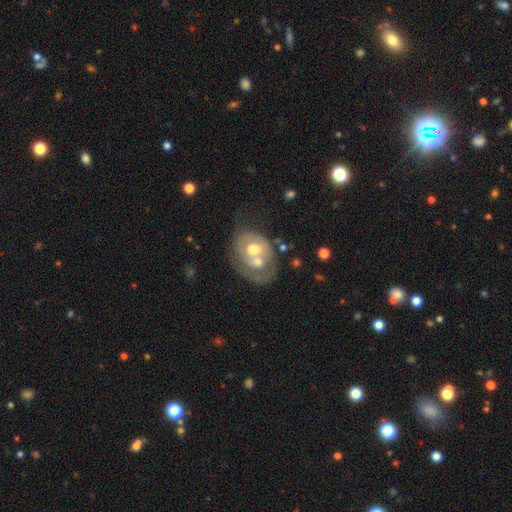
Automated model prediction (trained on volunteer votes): A featured or disk galaxy (59%) with no bar (84%), no spiral arms (62%) and a moderate central bulge (73%).

Vote fractions:
- Smooth or featured? featured or disk: 59% / smooth: 34% / star or artifact: 7%
- Edge-on disk? no: 96% / yes: 4%
- Bar? no: 84% / weak: 13% / strong: 3%
- Spiral arms? no: 62% / yes: 38%
- Bulge size? moderate: 73% / small: 13% / large: 10% / none: 2% / dominant: 2%
- Merging? merger: 59% / none: 19% / major disturbance: 12% / minor disturbance: 11%